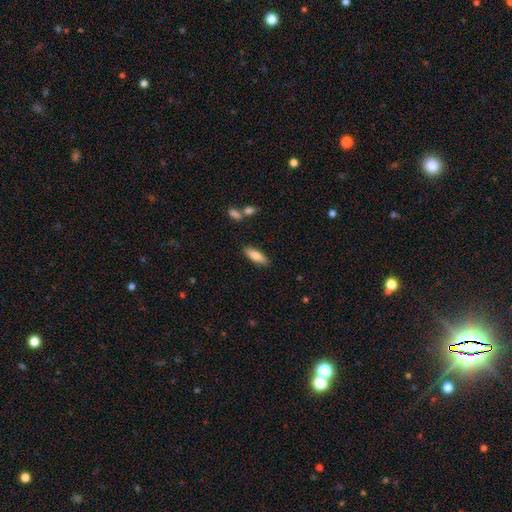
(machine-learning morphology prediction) smooth_or_featured: smooth (p=0.80) [alt: featured or disk p=0.14]
how_rounded: in between (p=0.55) [alt: cigar-shaped p=0.43]
merging: none (p=0.85) [alt: minor disturbance p=0.10]